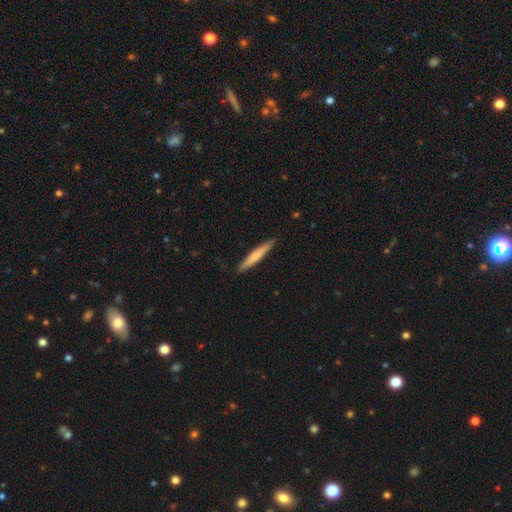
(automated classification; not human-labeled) This appears to be a smooth galaxy with no disk features (62%) that is cigar-shaped (94%). Merging: none (89%).